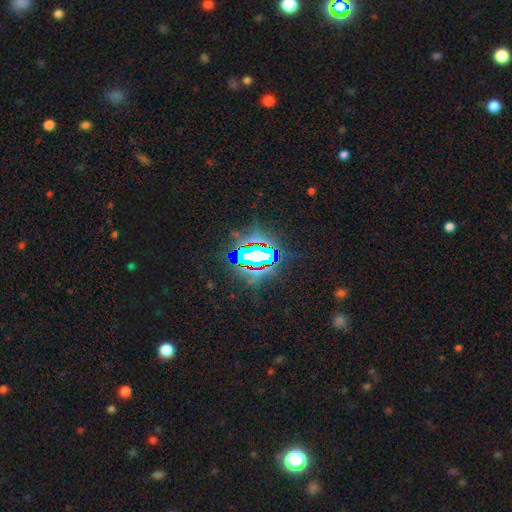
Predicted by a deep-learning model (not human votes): Smooth or featured: star or artifact — 72% (smooth — 14%)